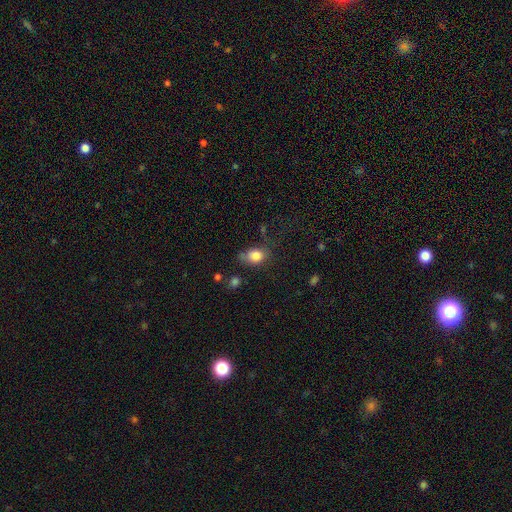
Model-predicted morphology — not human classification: smooth 83%, star or artifact 10%, featured or disk 8%. Down the decision tree: how rounded — in between (64%); merging — none (56%).